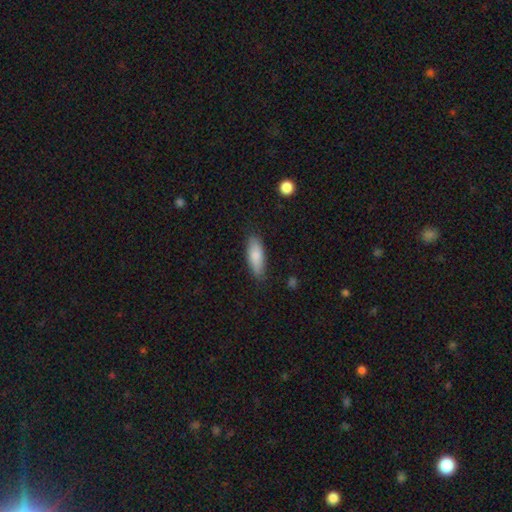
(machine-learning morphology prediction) smooth-or-featured: smooth: 84% | featured or disk: 10% | star or artifact: 6%
  how-rounded: in between: 67% | cigar-shaped: 31% | round: 2%
  merging: none: 80% | minor disturbance: 15% | major disturbance: 3% | merger: 1%